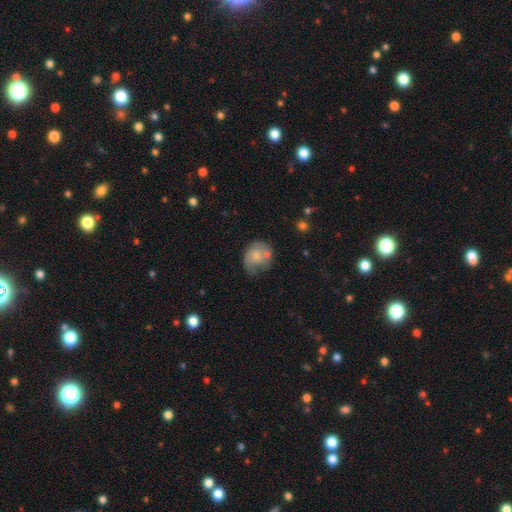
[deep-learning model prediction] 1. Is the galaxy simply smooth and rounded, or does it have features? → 60% smooth, 33% featured or disk, 8% star or artifact.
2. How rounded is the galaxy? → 58% round, 41% in between, 1% cigar-shaped.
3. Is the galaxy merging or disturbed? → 37% none, 29% minor disturbance, 17% merger, 17% major disturbance.